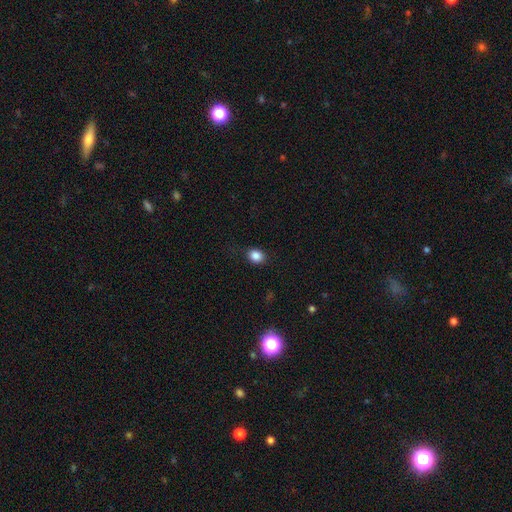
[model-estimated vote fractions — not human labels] smooth_or_featured: smooth (p=0.86) [alt: star or artifact p=0.10]
how_rounded: round (p=0.53) [alt: in between p=0.46]
merging: none (p=0.82) [alt: minor disturbance p=0.13]